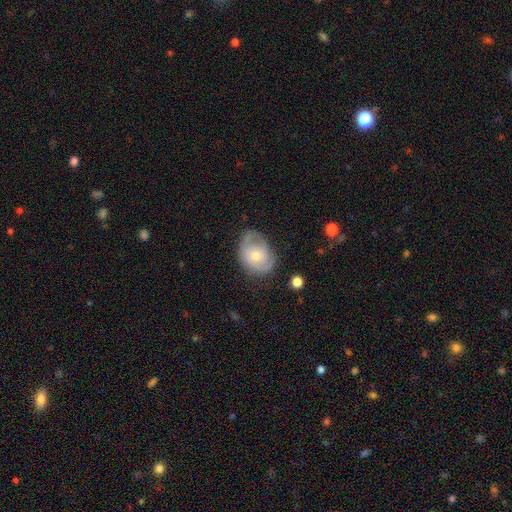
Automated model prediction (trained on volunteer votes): smooth_or_featured: featured or disk (p=0.53) [alt: smooth p=0.40]
disk_edge_on: no (p=0.95) [alt: yes p=0.05]
bar: no (p=0.81) [alt: weak p=0.16]
has_spiral_arms: yes (p=0.68) [alt: no p=0.32]
bulge_size: moderate (p=0.57) [alt: small p=0.38]
merging: none (p=0.55) [alt: minor disturbance p=0.30]